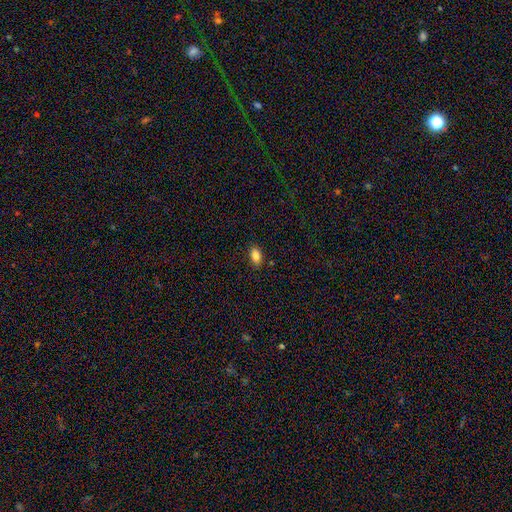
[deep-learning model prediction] This appears to be a smooth galaxy with no disk features (84%) that is in between round and cigar-shaped (89%). Merging: none (87%).